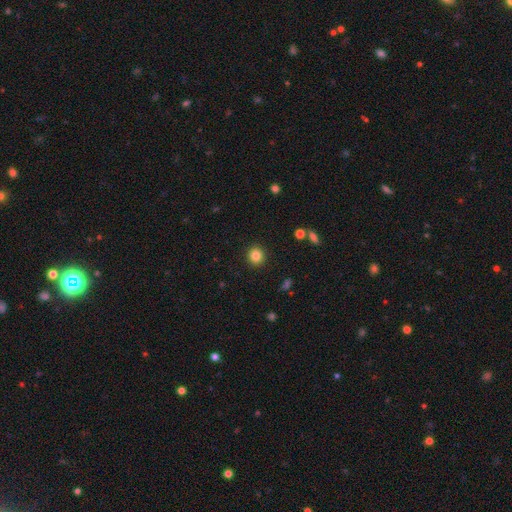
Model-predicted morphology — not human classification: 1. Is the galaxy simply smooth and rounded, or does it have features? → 84% smooth, 11% star or artifact, 5% featured or disk.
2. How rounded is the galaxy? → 90% round, 9% in between, 1% cigar-shaped.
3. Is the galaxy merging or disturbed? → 92% none, 5% minor disturbance, 2% major disturbance, 1% merger.